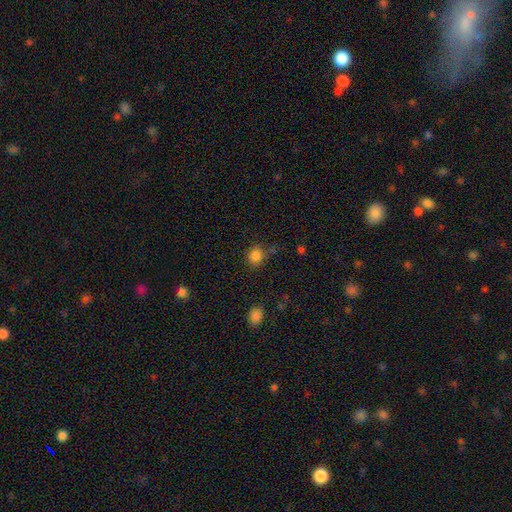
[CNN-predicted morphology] Smooth or featured?
  - smooth: 83% *
  - star or artifact: 13%
  - featured or disk: 4%
How rounded?
  - round: 80% *
  - in between: 19%
  - cigar-shaped: 1%
Merging?
  - none: 73% *
  - minor disturbance: 15%
  - merger: 7%
  - major disturbance: 5%